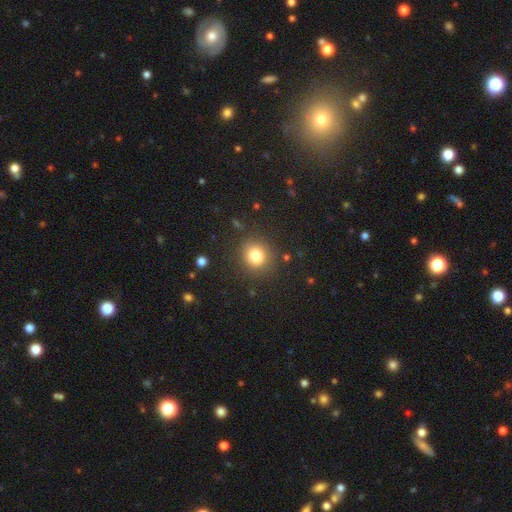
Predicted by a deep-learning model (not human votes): smooth 80%, star or artifact 13%, featured or disk 7%. Down the decision tree: how rounded — round (86%); merging — none (87%).